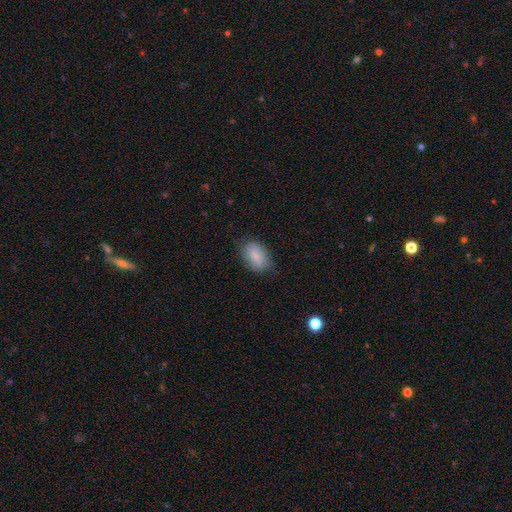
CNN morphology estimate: Q: Smooth or featured?
A: smooth (85%); runner-up: featured or disk (8%)
Q: How rounded?
A: in between (87%); runner-up: round (12%)
Q: Merging?
A: none (75%); runner-up: minor disturbance (19%)